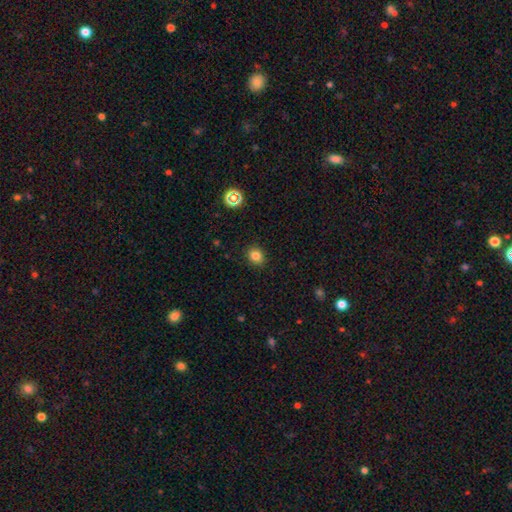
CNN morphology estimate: The model was most divided on "how rounded": round: 64%, in between: 35%, cigar-shaped: 1%. More confident: merging — none (89%); smooth or featured — smooth (82%).